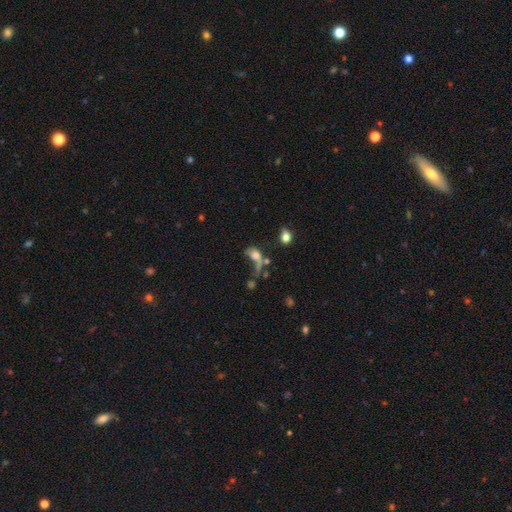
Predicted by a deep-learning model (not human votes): smooth-or-featured: smooth: 57% | featured or disk: 27% | star or artifact: 15%
  how-rounded: in between: 69% | round: 24% | cigar-shaped: 7%
  merging: major disturbance: 39% | merger: 27% | none: 21% | minor disturbance: 13%